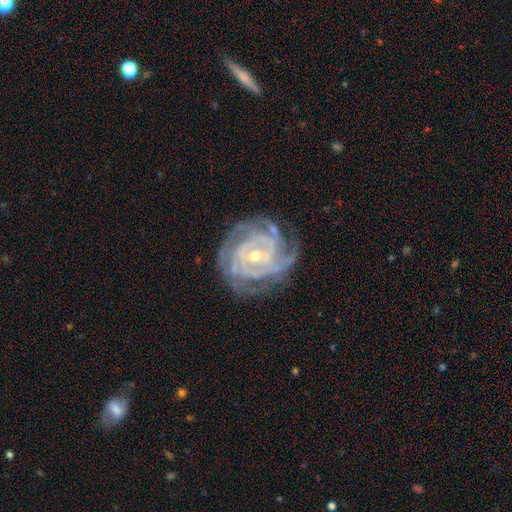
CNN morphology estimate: featured or disk 90%, star or artifact 5%, smooth 5%. Down the decision tree: edge-on disk — no (97%); bar — no (49%); spiral arms — yes (97%); spiral arm count — can't tell (25%); spiral winding — tight (77%); bulge size — small (57%); merging — none (74%).